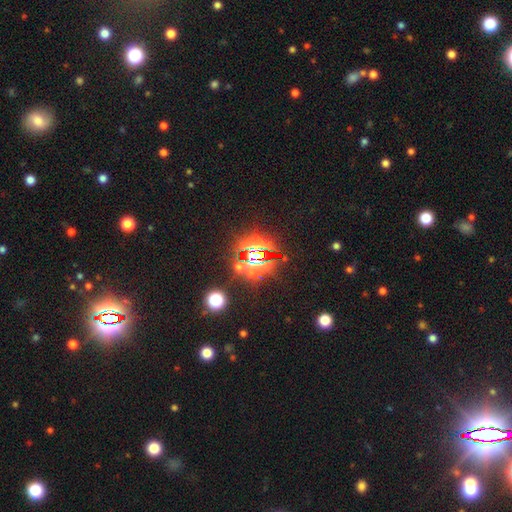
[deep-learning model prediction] Smooth or featured?
  - star or artifact: 78% *
  - smooth: 12%
  - featured or disk: 10%